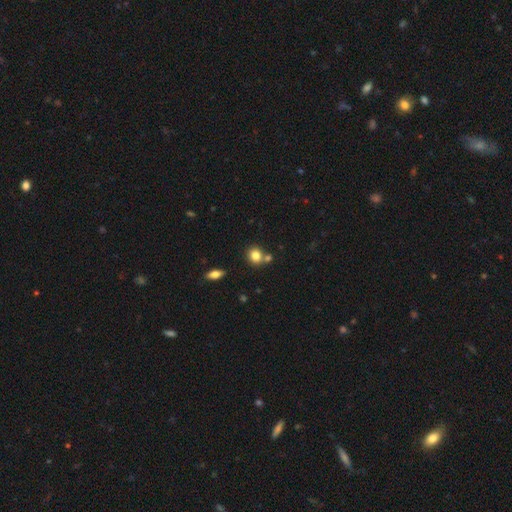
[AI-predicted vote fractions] Smooth or featured? Predicted: smooth (p=0.81). How rounded? Predicted: round (p=0.80). Merging? Predicted: none (p=0.65).